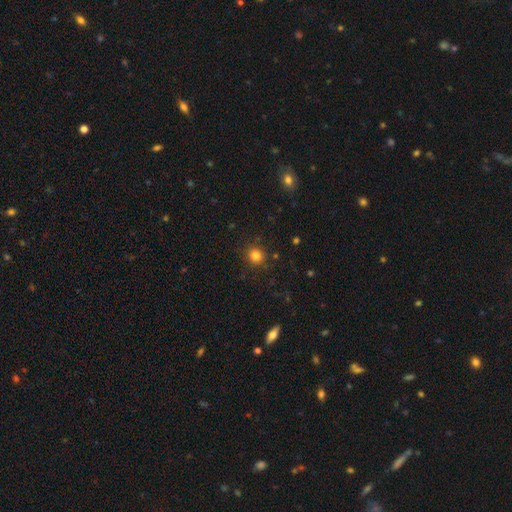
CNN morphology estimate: Overall: smooth (82%). How rounded: round (91%). Merging: none (88%).